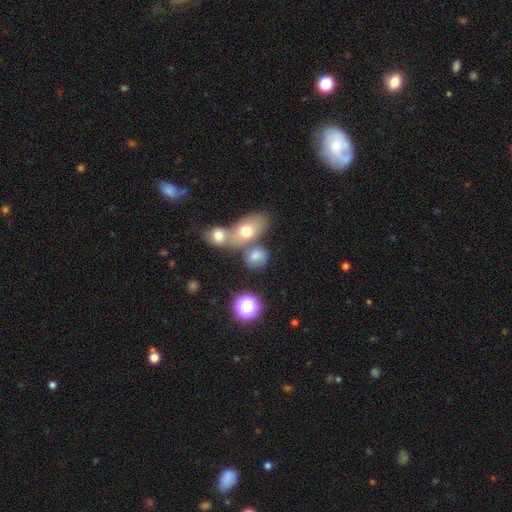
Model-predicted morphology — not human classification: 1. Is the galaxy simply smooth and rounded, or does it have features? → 70% smooth, 15% featured or disk, 15% star or artifact.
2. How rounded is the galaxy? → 51% in between, 47% round, 2% cigar-shaped.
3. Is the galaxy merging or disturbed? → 46% none, 38% merger, 11% minor disturbance, 5% major disturbance.